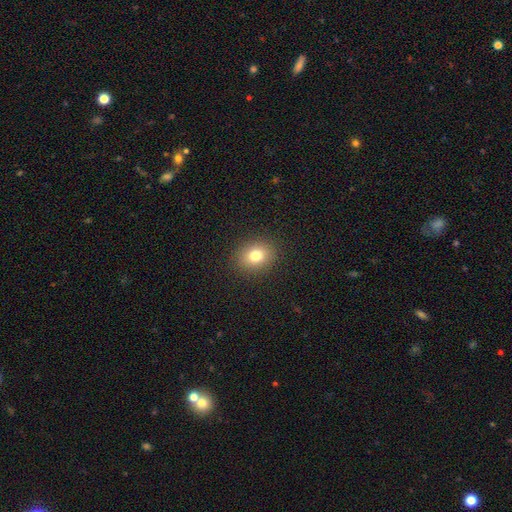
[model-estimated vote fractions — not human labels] Smooth or featured: smooth — 78% (star or artifact — 12%)
How rounded: round — 54% (in between — 45%)
Merging: none — 89% (minor disturbance — 7%)